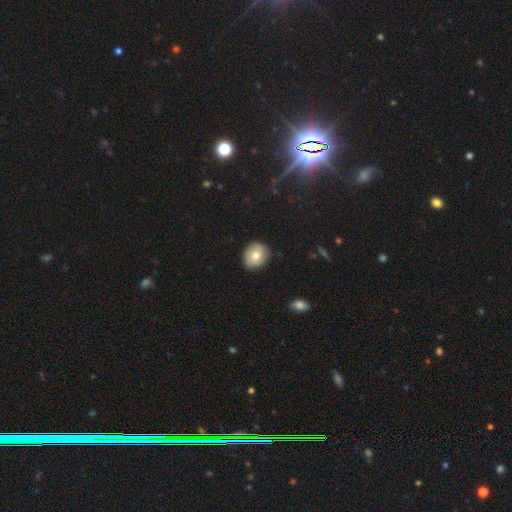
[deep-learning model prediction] Smooth or featured?
  - smooth: 74% *
  - featured or disk: 19%
  - star or artifact: 8%
How rounded?
  - round: 74% *
  - in between: 25%
  - cigar-shaped: 1%
Merging?
  - none: 87% *
  - minor disturbance: 10%
  - major disturbance: 2%
  - merger: 1%